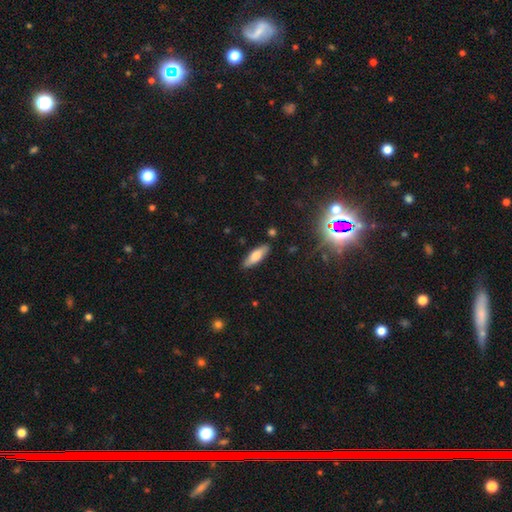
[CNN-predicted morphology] Smooth or featured? smooth (69%)
How rounded? cigar-shaped (51%)
Merging? none (86%)